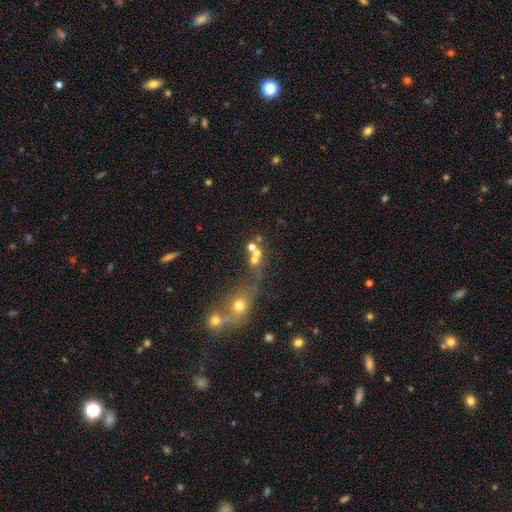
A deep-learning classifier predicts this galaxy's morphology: Overall: smooth (57%; featured or disk 23%). How rounded: round (73%). Merging: merger (53%; none 31%).